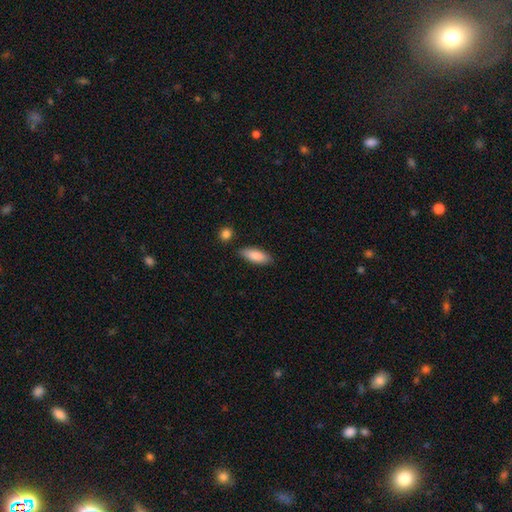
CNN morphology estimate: type=smooth (86%); roundness=in between (71%); merging=none (82%).